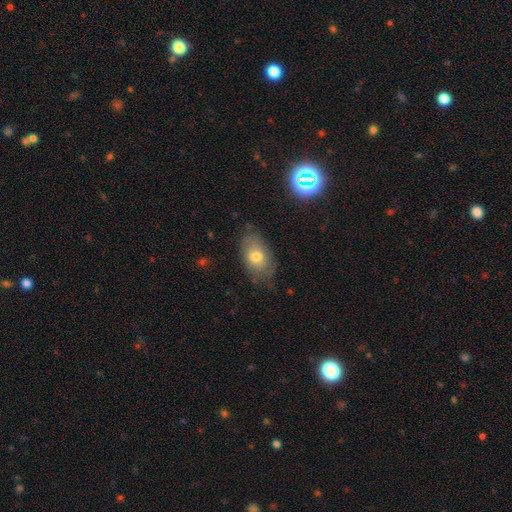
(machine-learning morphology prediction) type=smooth (62%); roundness=in between (89%); merging=none (71%).